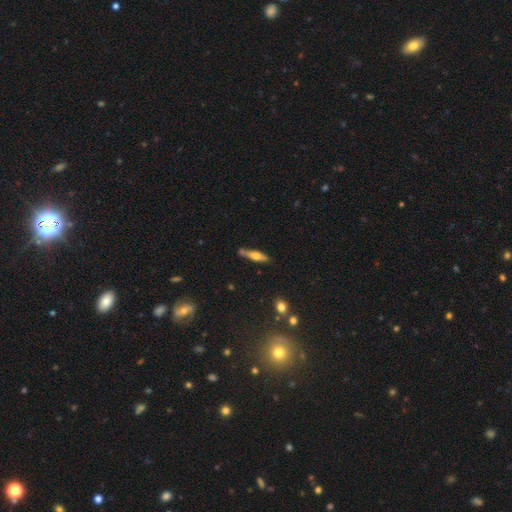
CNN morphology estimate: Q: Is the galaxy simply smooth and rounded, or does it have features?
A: smooth — 51%.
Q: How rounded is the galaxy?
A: cigar-shaped — 70%.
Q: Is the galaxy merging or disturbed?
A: none — 67%.